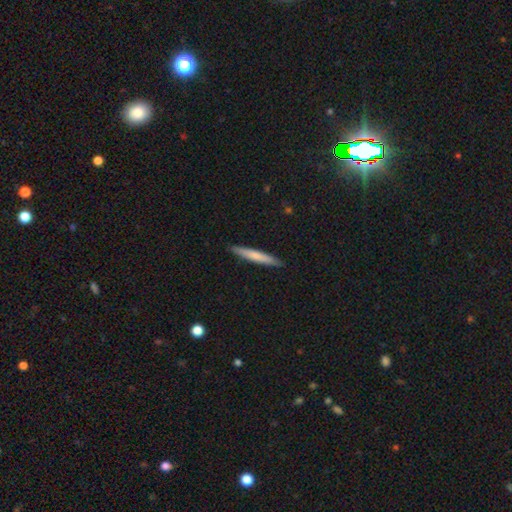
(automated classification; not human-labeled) Smooth or featured? smooth (67%)
How rounded? cigar-shaped (95%)
Merging? none (91%)